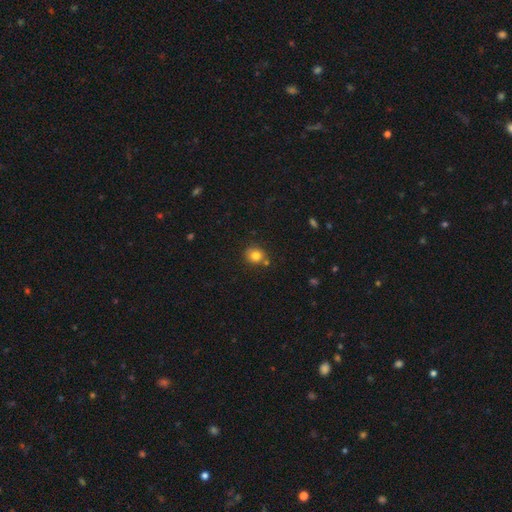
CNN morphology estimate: A smooth galaxy with no disk features (80%) that is round (81%). Merging: none (71%).